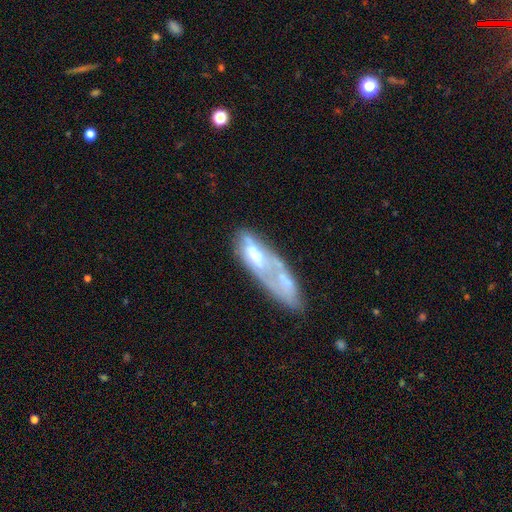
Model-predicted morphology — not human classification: Smooth or featured? featured or disk (50%)
Edge-on disk? no (80%)
Merging? none (31%)